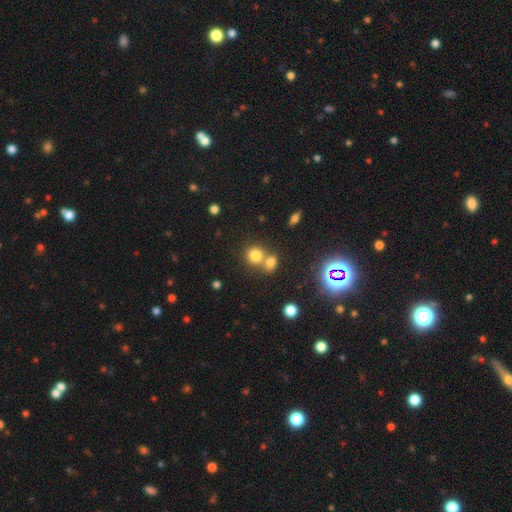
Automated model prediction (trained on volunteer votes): The model was most divided on "merging": none: 46%, merger: 43%, minor disturbance: 7%, major disturbance: 3%. More confident: how rounded — round (79%); smooth or featured — smooth (77%).